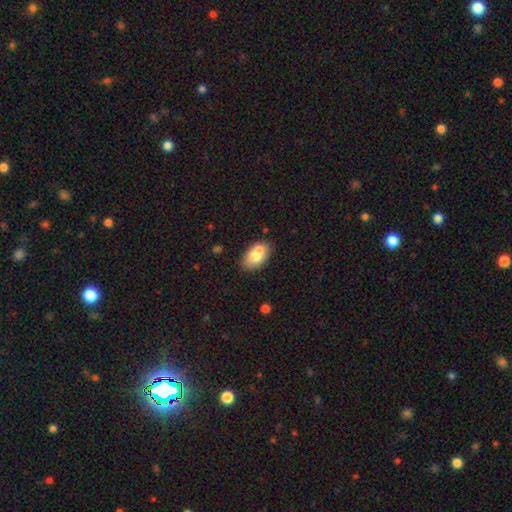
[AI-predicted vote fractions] Morphology: type=smooth (71%); roundness=in between (86%); merging=none (51%).